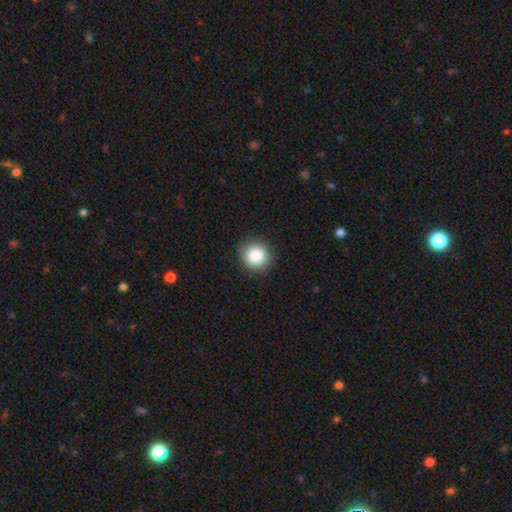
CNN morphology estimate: This appears to be a smooth galaxy with no disk features (86%) that is round (92%). Merging: none (91%).